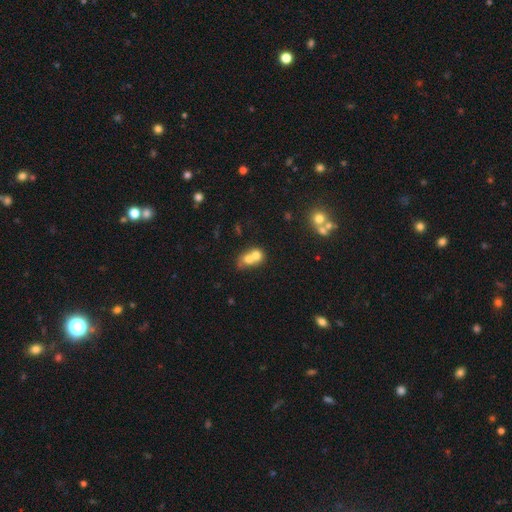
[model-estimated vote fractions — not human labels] Smooth or featured? smooth (66%)
How rounded? round (65%)
Merging? merger (71%)